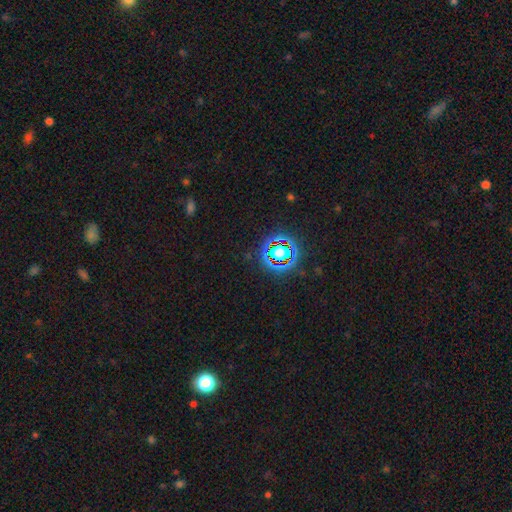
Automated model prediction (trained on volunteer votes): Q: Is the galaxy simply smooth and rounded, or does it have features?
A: star or artifact — 79%.